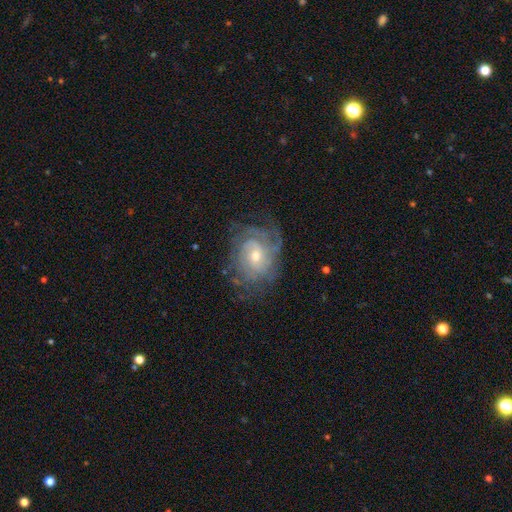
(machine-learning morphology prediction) Overall: featured or disk (81%). Edge-on disk: no (97%). Bar: no (62%; weak 32%). Spiral arms: yes (92%). Spiral arm count: can't tell (45%; 2 18%). Spiral winding: tight (63%; medium 28%). Bulge size: moderate (52%; small 44%). Merging: none (66%).